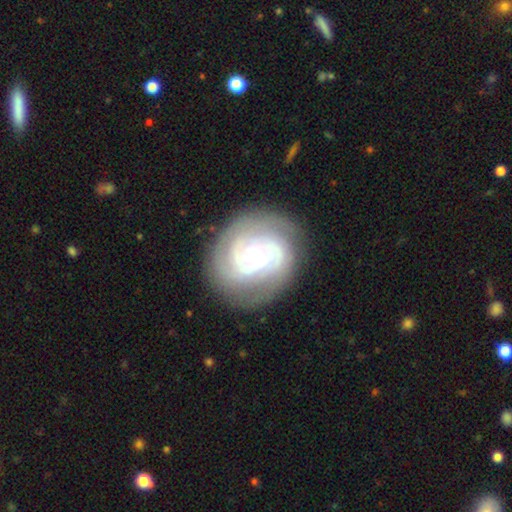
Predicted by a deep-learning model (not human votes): Smooth or featured? Predicted: featured or disk (p=0.82). Edge-on disk? Predicted: no (p=0.97). Bar? Predicted: no (p=0.73). Spiral arms? Predicted: yes (p=0.91). Spiral winding? Predicted: tight (p=0.68). Spiral arm count? Predicted: 2 (p=0.34). Bulge size? Predicted: moderate (p=0.55). Merging? Predicted: none (p=0.76).